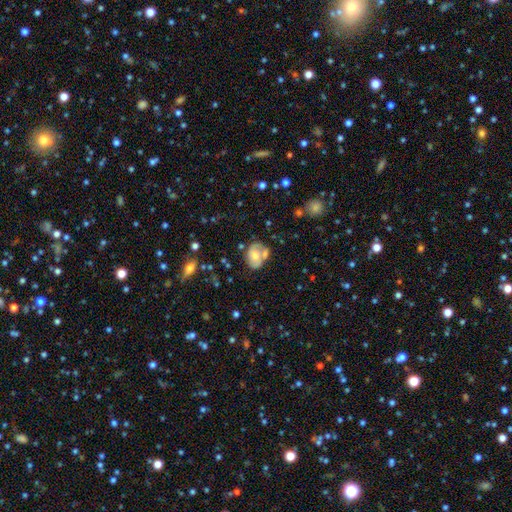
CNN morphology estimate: Overall: smooth (47%; featured or disk 46%). Merging: none (45%; minor disturbance 24%).